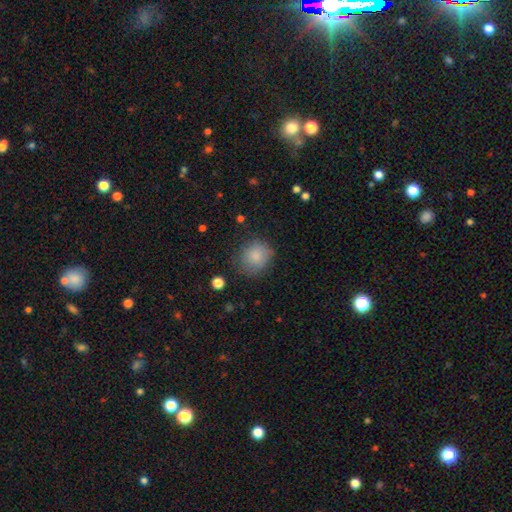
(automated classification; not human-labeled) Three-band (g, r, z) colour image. It shows a smooth galaxy with no disk features (84%) that is round (79%). Merging: none (73%).